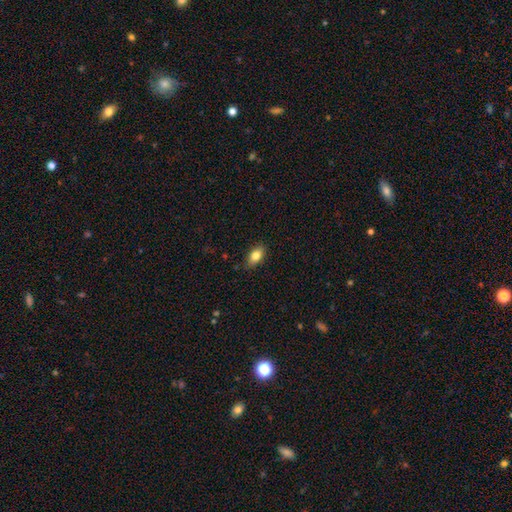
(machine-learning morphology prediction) This is likely a smooth galaxy (80%). How rounded: clearly in between (86%). Merging: clearly none (83%).